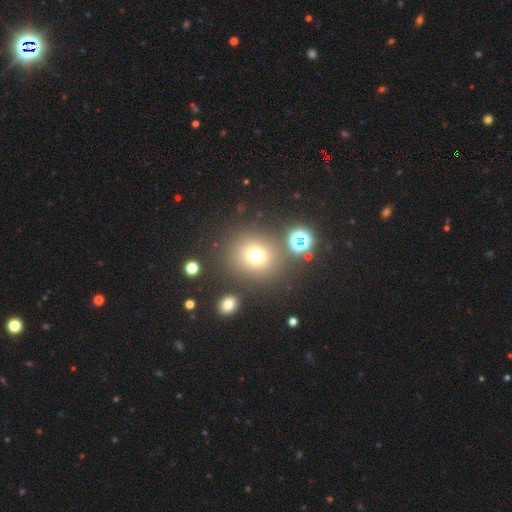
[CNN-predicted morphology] smooth 69%, star or artifact 21%, featured or disk 10%. Down the decision tree: how rounded — round (87%); merging — none (77%).